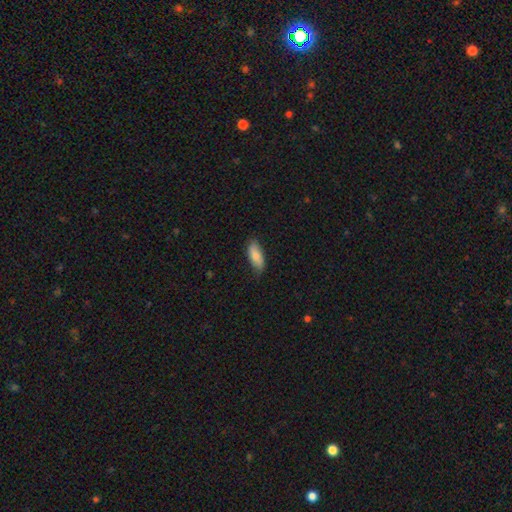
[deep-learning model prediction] smooth 80%, featured or disk 14%, star or artifact 6%. Down the decision tree: how rounded — in between (82%); merging — none (76%).